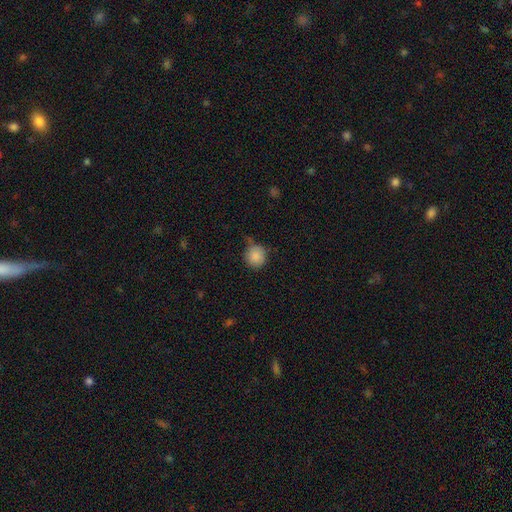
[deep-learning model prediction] Smooth or featured?
  - smooth: 87% *
  - star or artifact: 9%
  - featured or disk: 4%
How rounded?
  - round: 90% *
  - in between: 9%
  - cigar-shaped: 1%
Merging?
  - none: 69% *
  - minor disturbance: 23%
  - major disturbance: 5%
  - merger: 3%